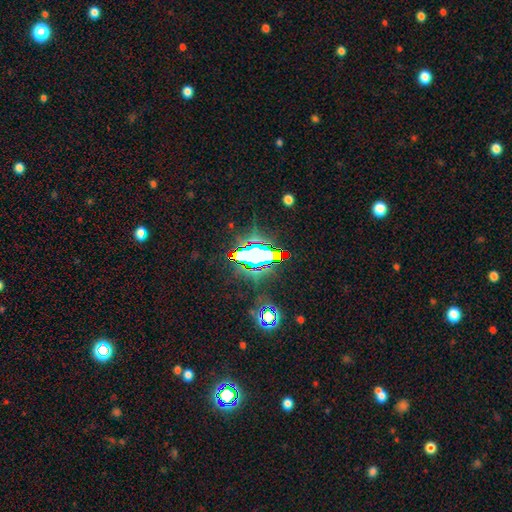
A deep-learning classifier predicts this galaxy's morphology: Smooth or featured? Predicted: star or artifact (p=0.65).